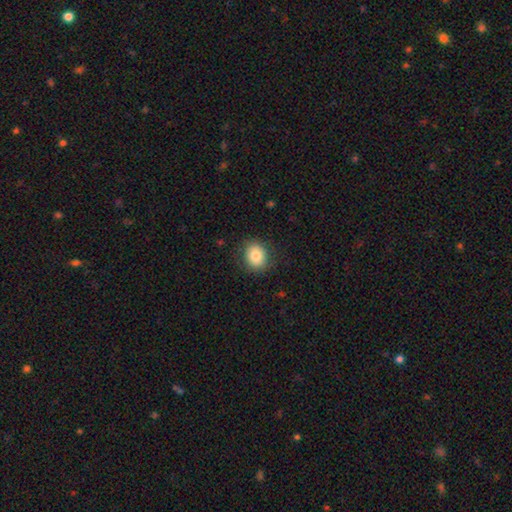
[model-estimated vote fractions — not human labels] This is clearly a smooth galaxy (82%). How rounded: likely round (64%). Merging: clearly none (84%).